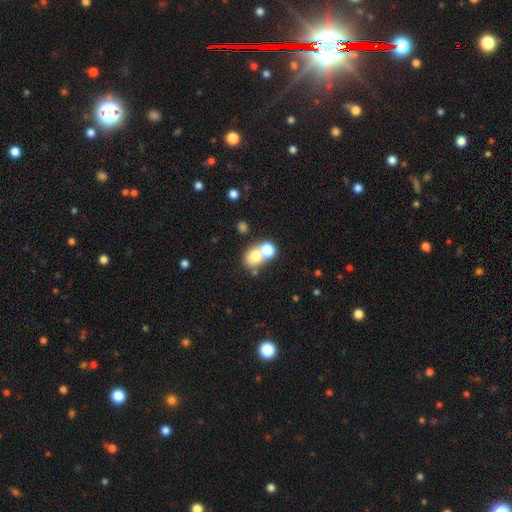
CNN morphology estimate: Q: Smooth or featured?
A: smooth (72%); runner-up: featured or disk (15%)
Q: How rounded?
A: round (60%); runner-up: in between (39%)
Q: Merging?
A: merger (49%); runner-up: none (38%)